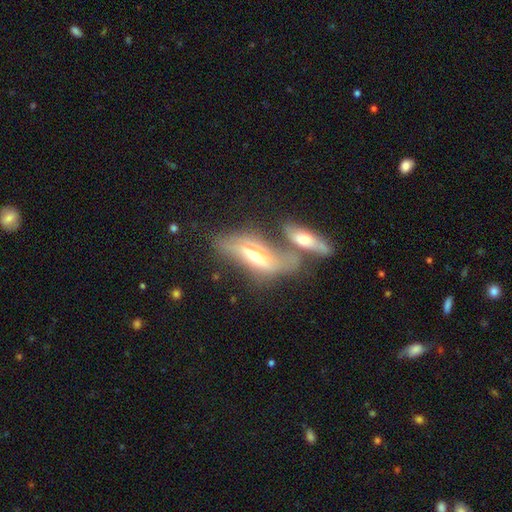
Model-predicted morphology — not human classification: smooth_or_featured: featured or disk (p=0.59) [alt: smooth p=0.33]
disk_edge_on: yes (p=0.52) [alt: no p=0.48]
merging: merger (p=0.49) [alt: none p=0.27]